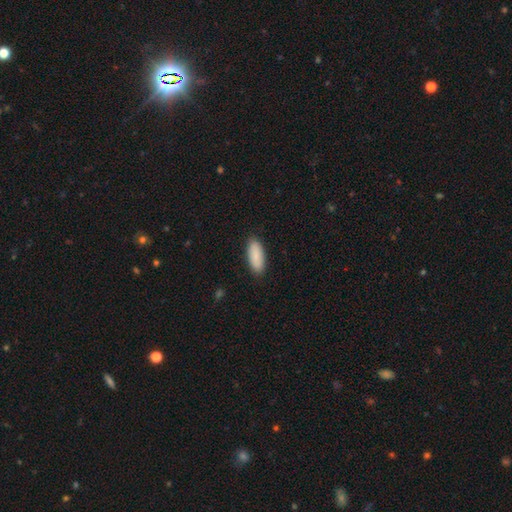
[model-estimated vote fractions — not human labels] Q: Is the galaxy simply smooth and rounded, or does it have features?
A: smooth — 90%.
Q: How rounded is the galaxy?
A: in between — 77%.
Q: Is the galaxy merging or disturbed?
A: none — 89%.